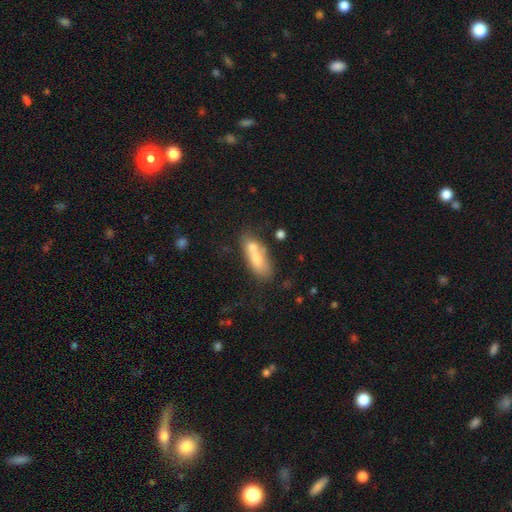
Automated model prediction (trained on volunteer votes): Smooth or featured? Predicted: smooth (p=0.66). How rounded? Predicted: in between (p=0.67). Merging? Predicted: merger (p=0.41).